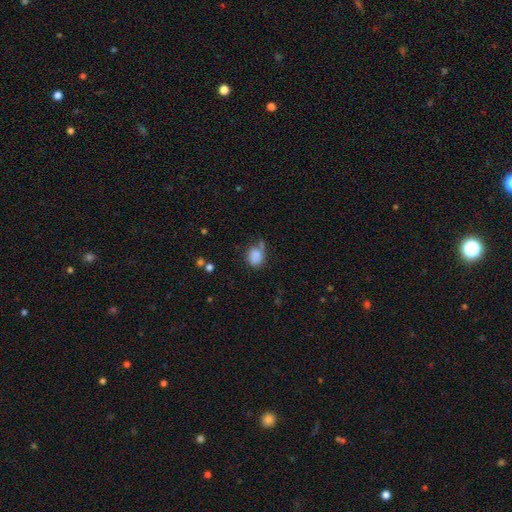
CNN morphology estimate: The model was most divided on "how rounded": in between: 51%, round: 48%, cigar-shaped: 1%. Remaining: smooth or featured — smooth (83%); merging — none (48%).